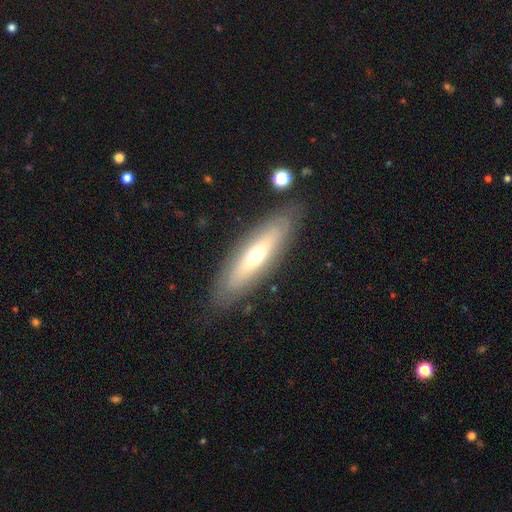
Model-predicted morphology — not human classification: A featured or disk galaxy (48%).

Vote fractions:
- Smooth or featured? featured or disk: 48% / smooth: 45% / star or artifact: 7%
- Merging? none: 84% / minor disturbance: 11% / major disturbance: 4% / merger: 2%